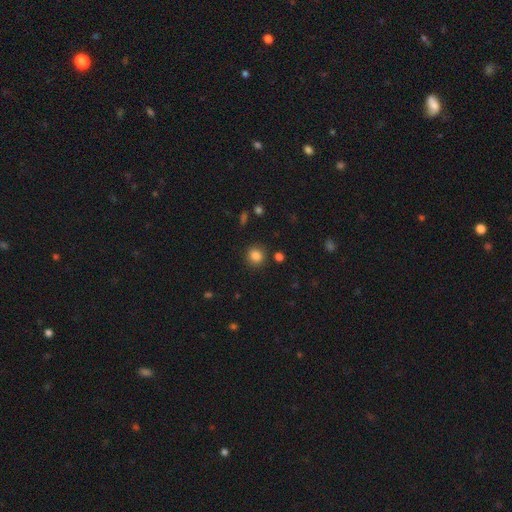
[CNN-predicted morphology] The model was most divided on "how rounded": round: 84%, in between: 15%, cigar-shaped: 1%. More confident: merging — none (85%); smooth or featured — smooth (85%).